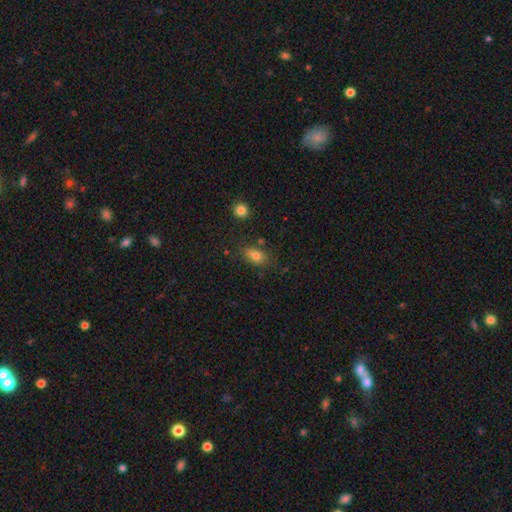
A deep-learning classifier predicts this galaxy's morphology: Q: Smooth or featured?
A: smooth (80%); runner-up: star or artifact (11%)
Q: How rounded?
A: in between (82%); runner-up: round (16%)
Q: Merging?
A: none (73%); runner-up: minor disturbance (17%)